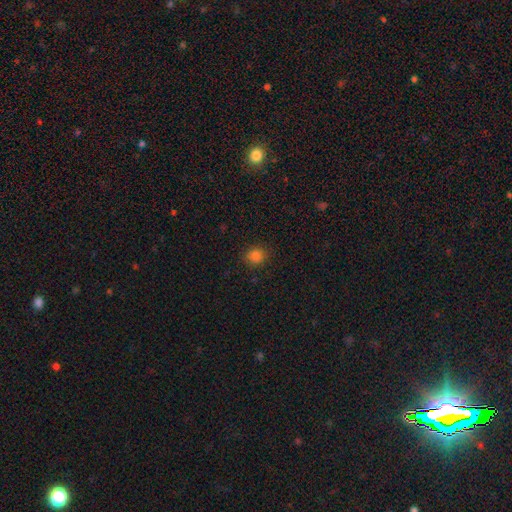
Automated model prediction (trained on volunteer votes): This appears to be a smooth galaxy with no disk features (83%) that is round (81%). Merging: none (88%).